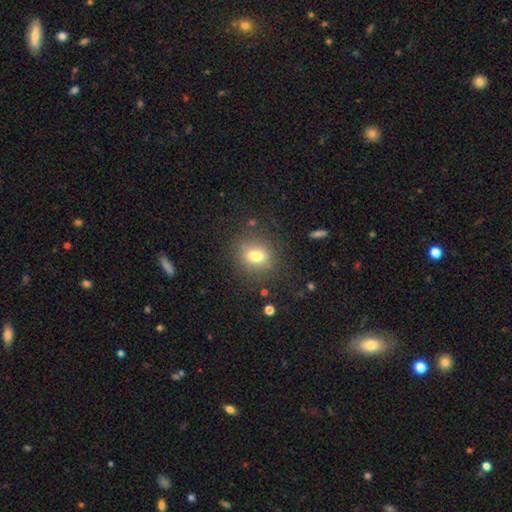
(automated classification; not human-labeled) This appears to be a smooth galaxy with no disk features (75%) that is round (63%). Merging: none (81%).